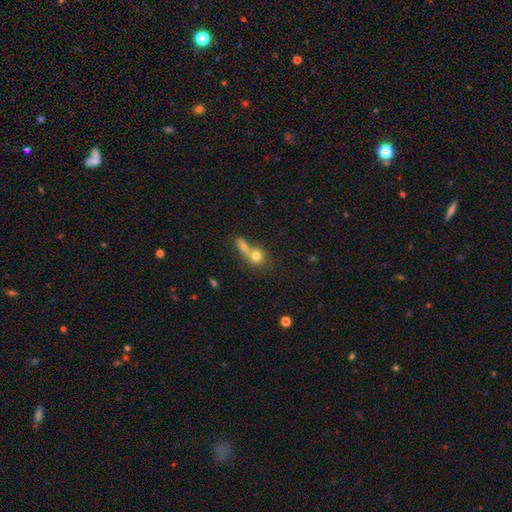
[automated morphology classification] This appears to be a smooth galaxy with no disk features (73%) that is round (74%). Merging: merger (62%).